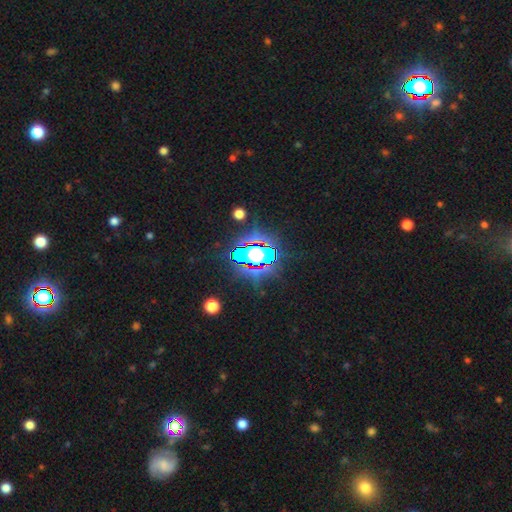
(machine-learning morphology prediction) star or artifact 70%, smooth 15%, featured or disk 15%.